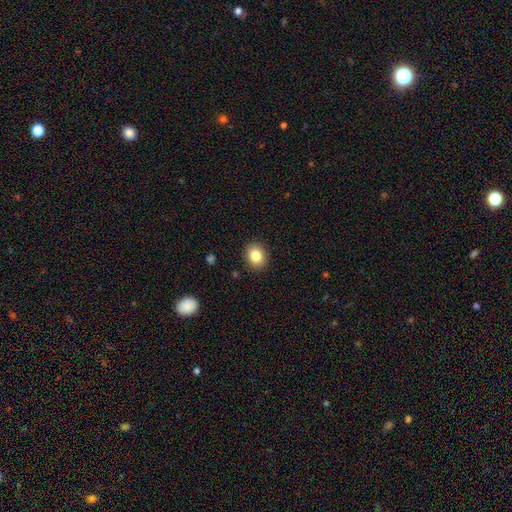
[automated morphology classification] This appears to be a smooth galaxy with no disk features (83%) that is round (63%). Merging: none (90%).